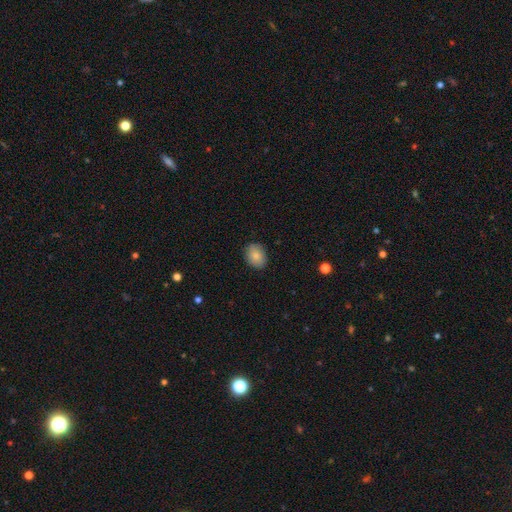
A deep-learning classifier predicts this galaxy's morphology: Smooth or featured? smooth (85%)
How rounded? in between (61%)
Merging? none (89%)